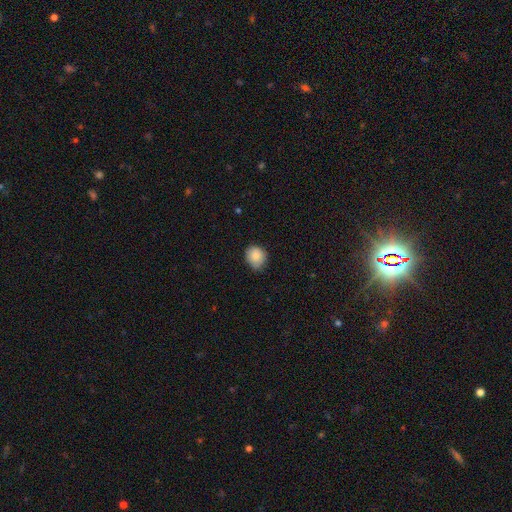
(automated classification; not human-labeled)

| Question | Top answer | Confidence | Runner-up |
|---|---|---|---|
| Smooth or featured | smooth | 87% | star or artifact (8%) |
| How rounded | round | 74% | in between (25%) |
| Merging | none | 71% | minor disturbance (25%) |